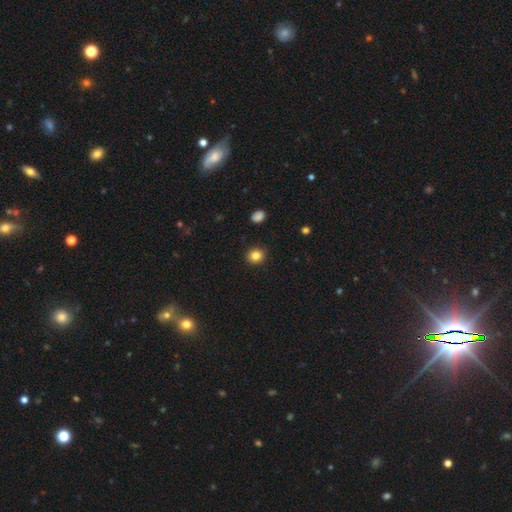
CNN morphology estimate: smooth 84%, star or artifact 11%, featured or disk 5%. Down the decision tree: how rounded — round (84%); merging — none (91%).